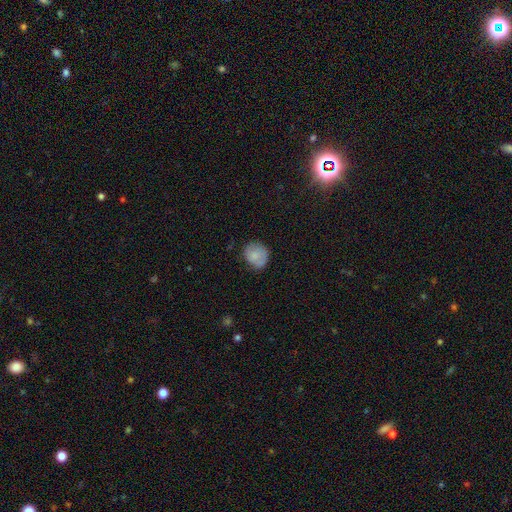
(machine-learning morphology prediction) smooth_or_featured: smooth (p=0.78) [alt: featured or disk p=0.14]
how_rounded: round (p=0.73) [alt: in between p=0.26]
merging: none (p=0.64) [alt: minor disturbance p=0.27]